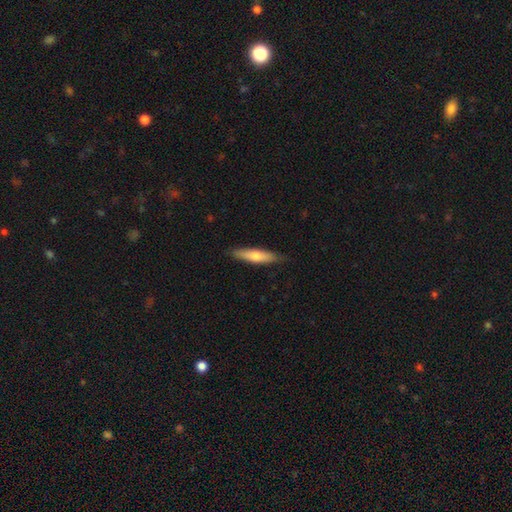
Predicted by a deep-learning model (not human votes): smooth_or_featured: smooth (p=0.60) [alt: featured or disk p=0.34]
how_rounded: cigar-shaped (p=0.76) [alt: in between p=0.22]
merging: none (p=0.84) [alt: minor disturbance p=0.13]